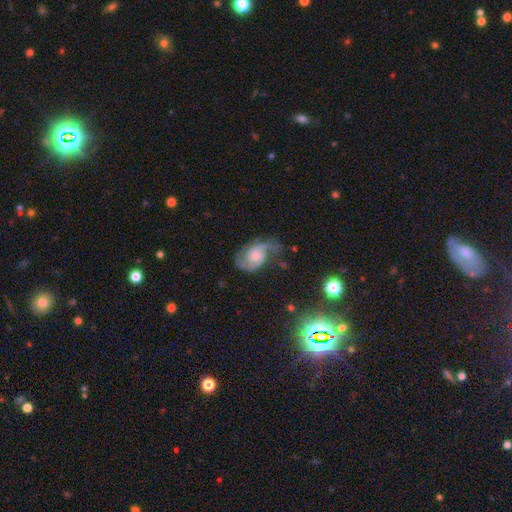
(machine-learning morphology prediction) The model was most divided on "bulge size": moderate: 30%, small: 24%, none: 23%, large: 20%, dominant: 3%. Remaining: edge-on disk — no (97%); spiral arms — yes (95%); spiral arm count — 2 (89%); smooth or featured — featured or disk (81%); bar — no (62%); merging — none (58%); spiral winding — medium (50%).